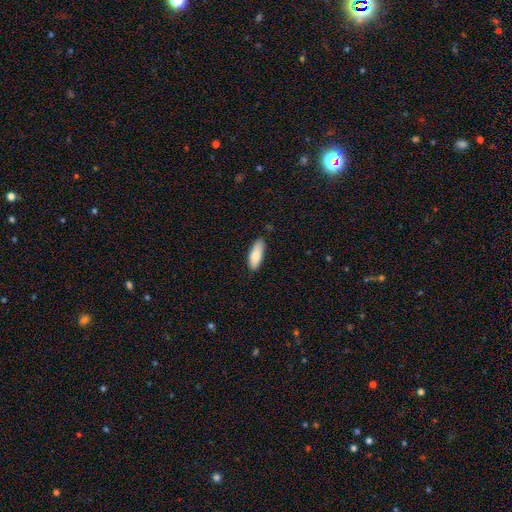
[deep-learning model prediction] Overall: smooth (81%). How rounded: in between (63%; cigar-shaped 35%). Merging: none (81%).